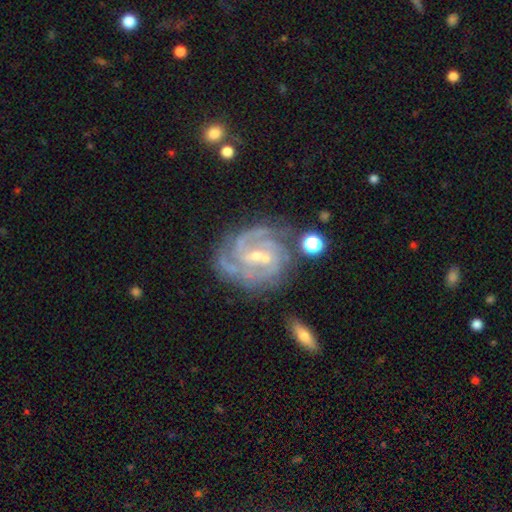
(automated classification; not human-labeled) This is clearly a featured or disk galaxy (90%). It is clearly not viewed edge-on (98%). Bar: marginally weak (44%). Spiral arm pattern: clearly yes (98%). Spiral arm count: marginally 3 (34%). Spiral winding: likely tight (64%). Central bulge: likely small (74%). Merging: likely none (66%).